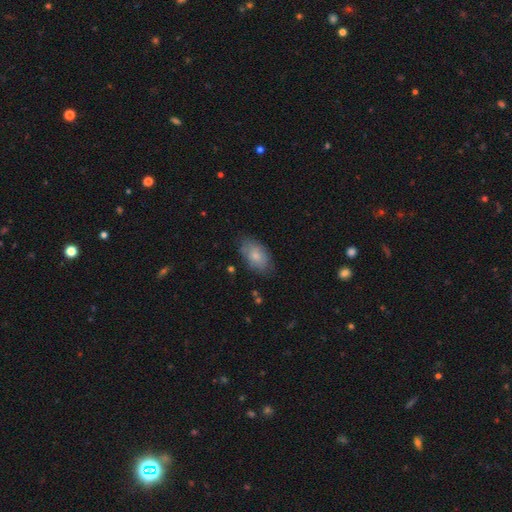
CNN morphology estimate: This is likely a smooth galaxy (78%). How rounded: clearly in between (92%). Merging: likely none (74%).